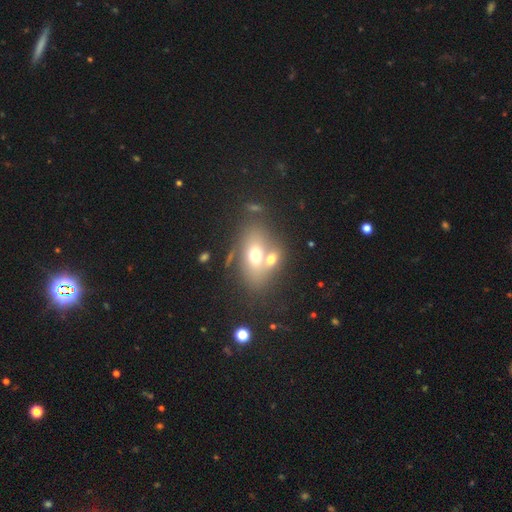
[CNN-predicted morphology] This is likely a smooth galaxy (61%). How rounded: likely in between (77%). Merging: marginally merger (44%).